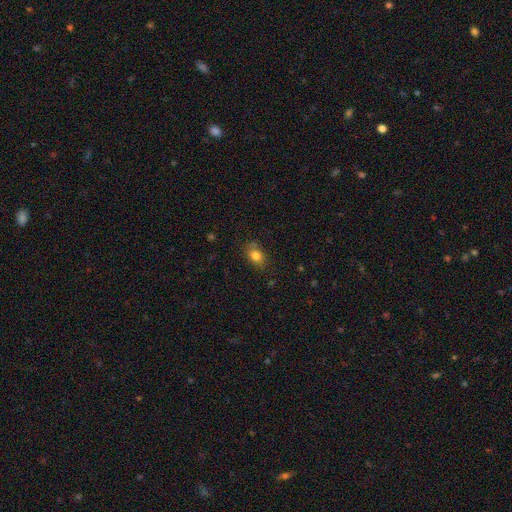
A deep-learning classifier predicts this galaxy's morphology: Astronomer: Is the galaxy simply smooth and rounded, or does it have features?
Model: smooth — 81%.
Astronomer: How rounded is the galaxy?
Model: in between — 69%.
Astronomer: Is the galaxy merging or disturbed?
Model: none — 76%.